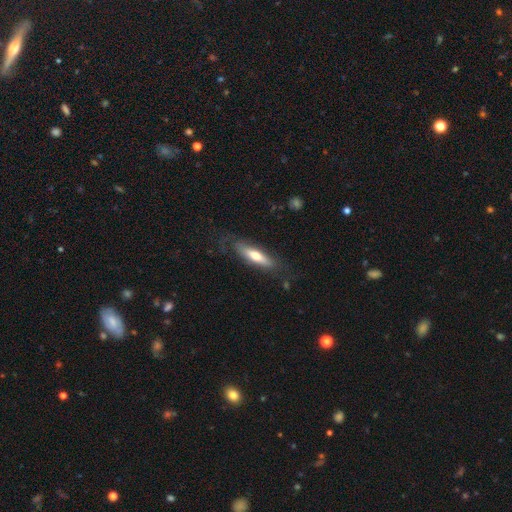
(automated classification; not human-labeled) Smooth or featured? Predicted: smooth (p=0.56). How rounded? Predicted: cigar-shaped (p=0.66). Merging? Predicted: none (p=0.71).